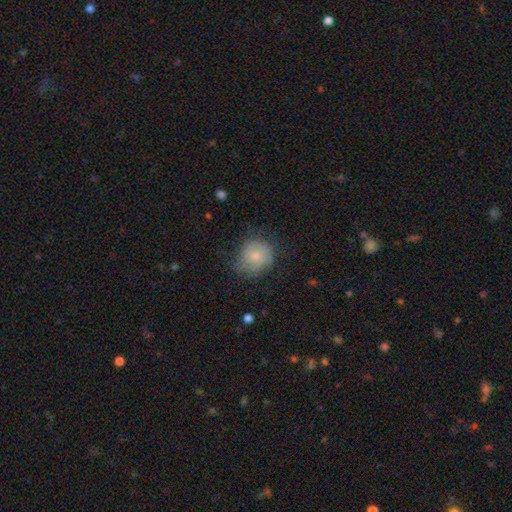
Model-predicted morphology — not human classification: A smooth galaxy with no disk features (63%) that is round (77%).

Vote fractions:
- Smooth or featured? smooth: 63% / featured or disk: 29% / star or artifact: 8%
- How rounded? round: 77% / in between: 22% / cigar-shaped: 1%
- Merging? none: 59% / minor disturbance: 28% / major disturbance: 12% / merger: 1%